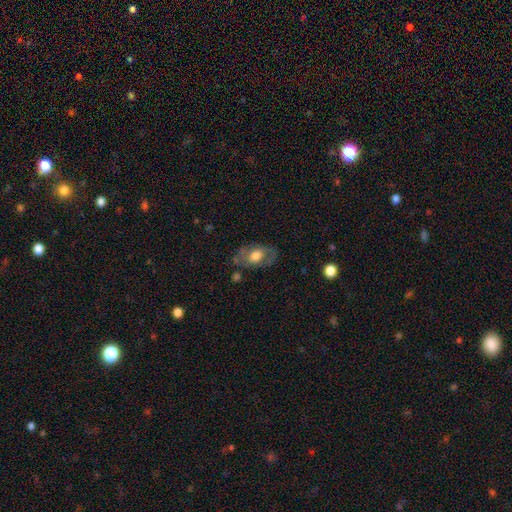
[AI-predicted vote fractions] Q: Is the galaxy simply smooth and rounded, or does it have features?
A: smooth — 47%.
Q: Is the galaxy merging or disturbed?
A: none — 68%.